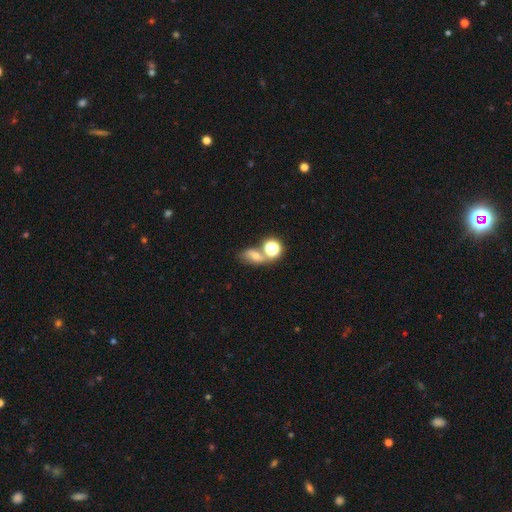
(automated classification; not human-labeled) A smooth galaxy with no disk features (59%) that is in between round and cigar-shaped (67%). Merging: none (42%).